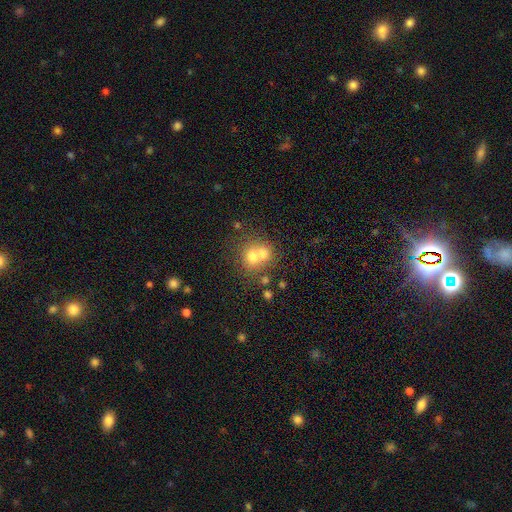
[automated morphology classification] Overall: smooth (66%). How rounded: round (75%). Merging: merger (60%; none 30%).